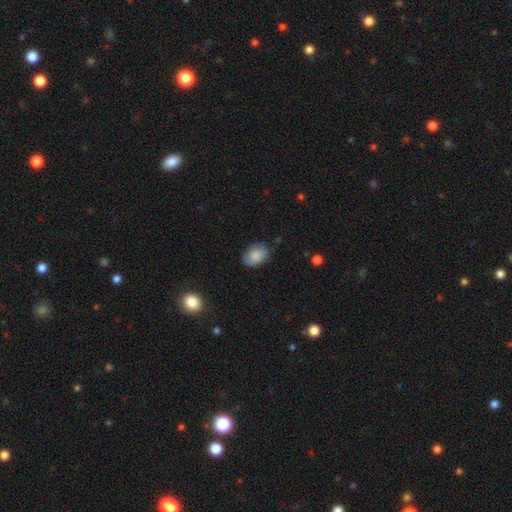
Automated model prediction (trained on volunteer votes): Morphology: type=smooth (83%); roundness=in between (75%); merging=none (77%).